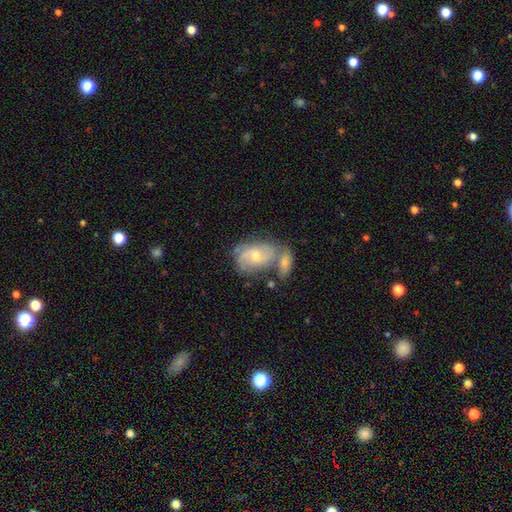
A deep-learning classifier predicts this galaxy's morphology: Smooth or featured? Predicted: featured or disk (p=0.72). Edge-on disk? Predicted: no (p=0.96). Bar? Predicted: no (p=0.60). Spiral arms? Predicted: yes (p=0.88). Spiral winding? Predicted: tight (p=0.44). Spiral arm count? Predicted: 2 (p=0.47). Bulge size? Predicted: moderate (p=0.49). Merging? Predicted: merger (p=0.41).